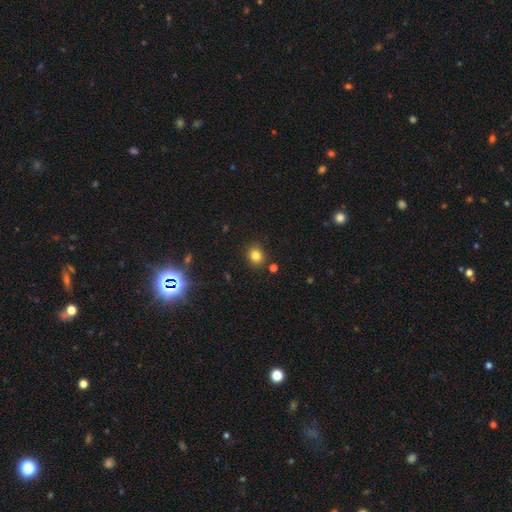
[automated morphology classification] Q: Smooth or featured?
A: smooth (80%); runner-up: star or artifact (13%)
Q: How rounded?
A: round (74%); runner-up: in between (25%)
Q: Merging?
A: none (86%); runner-up: minor disturbance (8%)